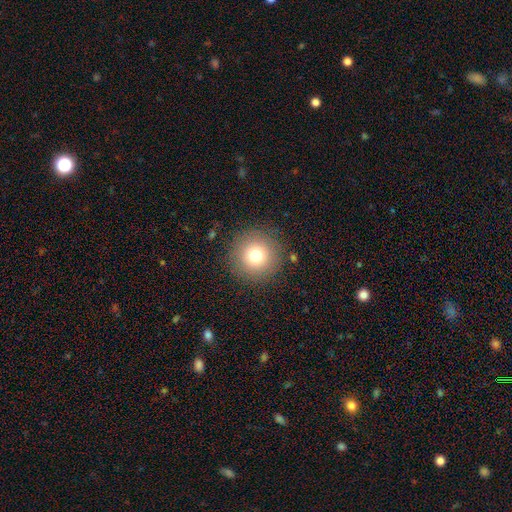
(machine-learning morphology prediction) This is likely a smooth galaxy (77%). How rounded: clearly round (96%). Merging: clearly none (89%).